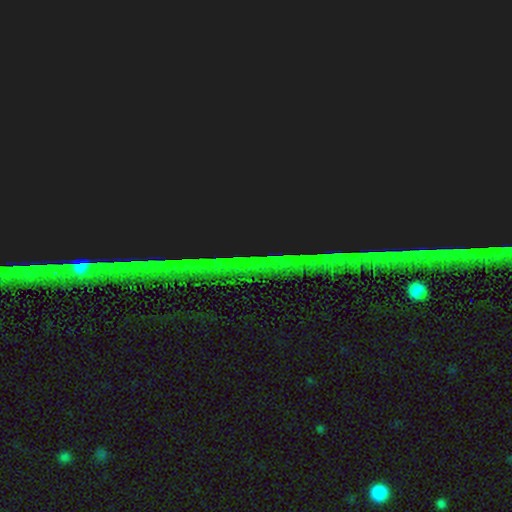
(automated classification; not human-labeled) Smooth or featured?
  - star or artifact: 84% *
  - featured or disk: 8%
  - smooth: 8%